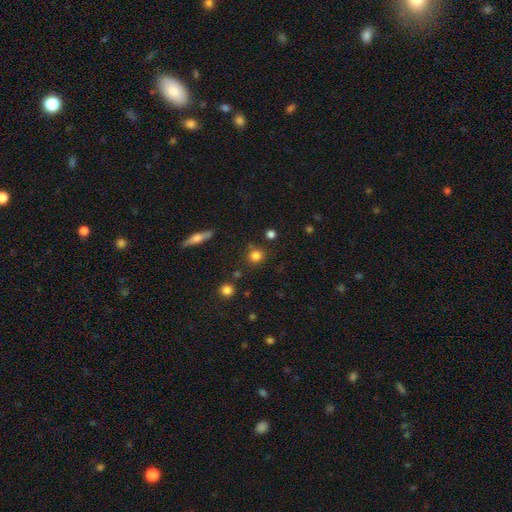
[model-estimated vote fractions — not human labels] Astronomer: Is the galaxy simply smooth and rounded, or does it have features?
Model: smooth — 81%.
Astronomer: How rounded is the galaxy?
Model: round — 88%.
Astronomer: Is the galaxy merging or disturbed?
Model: none — 82%.